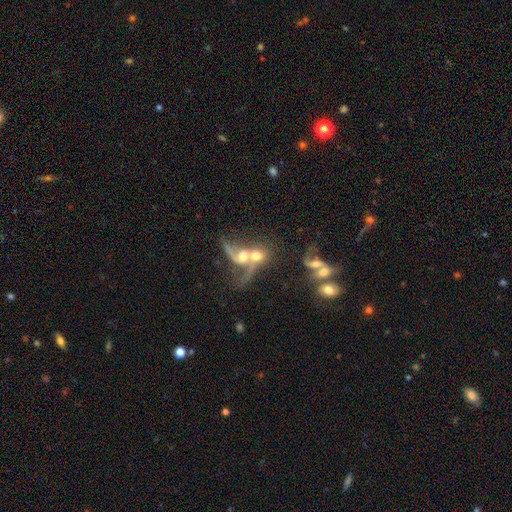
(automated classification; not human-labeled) A featured or disk galaxy (51%).

Vote fractions:
- Smooth or featured? featured or disk: 51% / smooth: 37% / star or artifact: 11%
- Edge-on disk? no: 94% / yes: 6%
- Merging? merger: 74% / none: 12% / major disturbance: 9% / minor disturbance: 5%